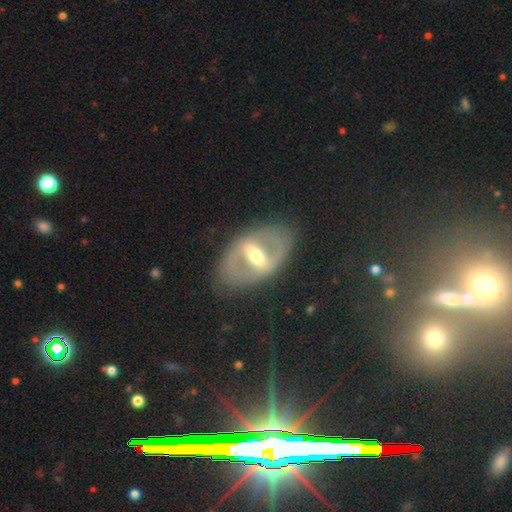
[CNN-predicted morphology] Smooth or featured?
  - featured or disk: 77% *
  - smooth: 16%
  - star or artifact: 7%
Edge-on disk?
  - no: 89% *
  - yes: 11%
Bar?
  - strong: 65% *
  - weak: 26%
  - no: 9%
Spiral arms?
  - no: 50% * (tied)
  - yes: 50% * (tied)
Bulge size?
  - moderate: 68% *
  - small: 20%
  - large: 9%
  - dominant: 1%
  - none: 1%
Merging?
  - none: 77% *
  - minor disturbance: 14%
  - major disturbance: 8%
  - merger: 1%